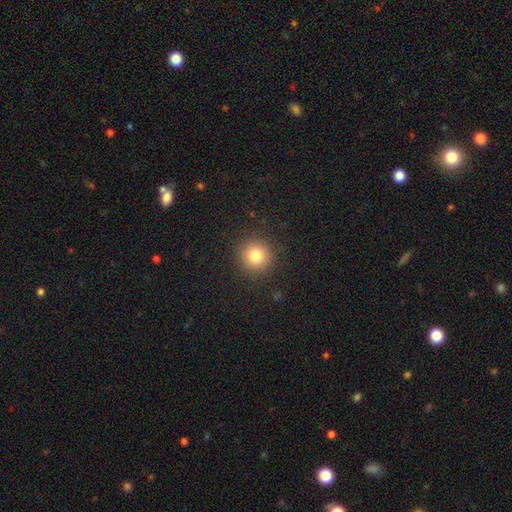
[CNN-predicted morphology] smooth_or_featured: smooth (p=0.82) [alt: star or artifact p=0.12]
how_rounded: round (p=0.93) [alt: in between p=0.06]
merging: none (p=0.90) [alt: minor disturbance p=0.06]